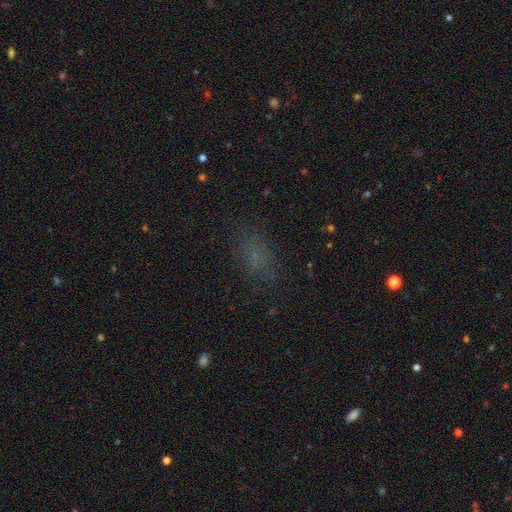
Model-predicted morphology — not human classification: A smooth galaxy with no disk features (63%) that is in between round and cigar-shaped (80%). Merging: none (75%).